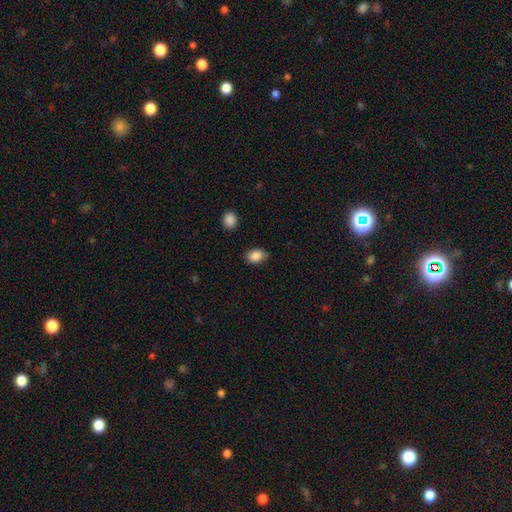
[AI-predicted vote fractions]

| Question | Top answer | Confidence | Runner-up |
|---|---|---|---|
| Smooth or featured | smooth | 87% | star or artifact (8%) |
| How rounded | in between | 77% | round (22%) |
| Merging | none | 83% | minor disturbance (12%) |